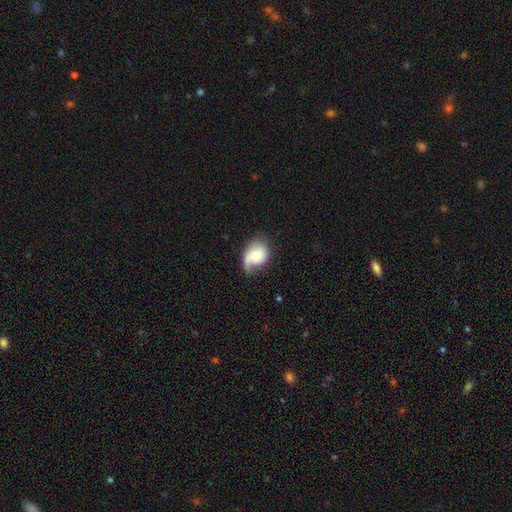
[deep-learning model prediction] Q: Smooth or featured?
A: smooth (54%); runner-up: featured or disk (39%)
Q: How rounded?
A: in between (65%); runner-up: round (34%)
Q: Merging?
A: none (36%); runner-up: minor disturbance (32%)